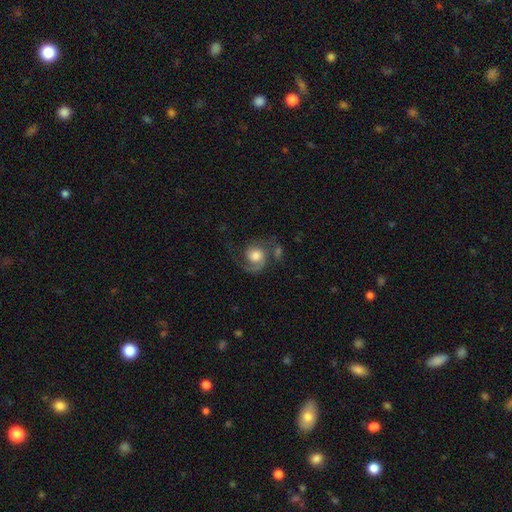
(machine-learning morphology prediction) Smooth or featured: featured or disk — 74% (smooth — 19%)
Edge-on disk: no — 98% (yes — 2%)
Bar: no — 74% (weak — 22%)
Spiral arms: yes — 95% (no — 5%)
Spiral winding: medium — 45% (loose — 32%)
Spiral arm count: 2 — 58% (1 — 35%)
Bulge size: large — 42% (moderate — 37%)
Merging: none — 52% (major disturbance — 22%)